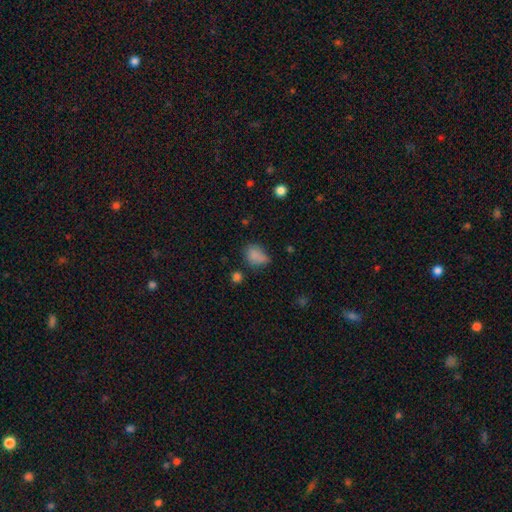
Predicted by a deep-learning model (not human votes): Q: Smooth or featured?
A: smooth (81%); runner-up: star or artifact (12%)
Q: How rounded?
A: in between (71%); runner-up: round (27%)
Q: Merging?
A: none (50%); runner-up: minor disturbance (34%)